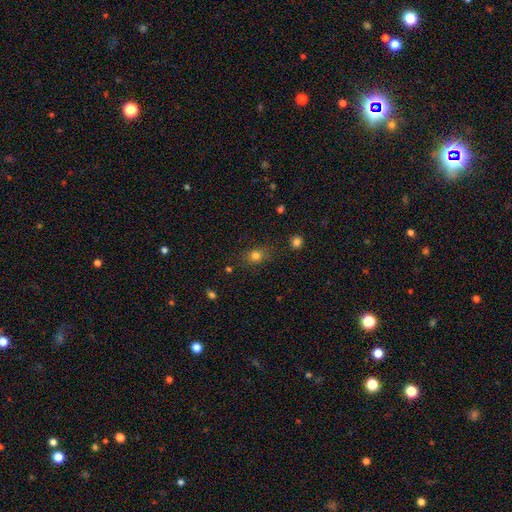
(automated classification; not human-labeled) Q: Smooth or featured?
A: smooth (79%); runner-up: star or artifact (14%)
Q: How rounded?
A: round (54%); runner-up: in between (44%)
Q: Merging?
A: none (79%); runner-up: minor disturbance (14%)